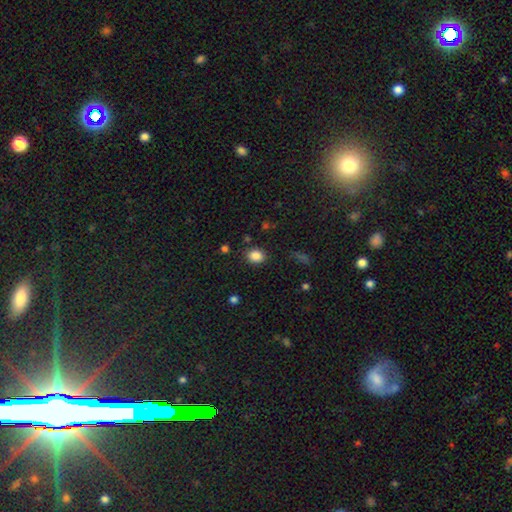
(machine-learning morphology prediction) smooth 86%, star or artifact 10%, featured or disk 4%. Down the decision tree: how rounded — round (50%); merging — none (86%).